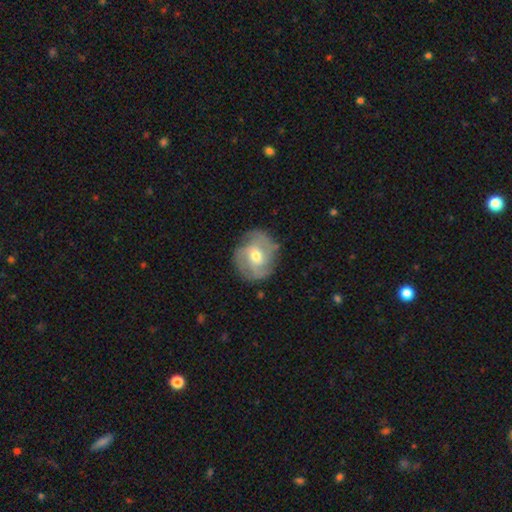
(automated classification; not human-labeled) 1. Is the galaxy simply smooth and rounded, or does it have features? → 72% featured or disk, 22% smooth, 6% star or artifact.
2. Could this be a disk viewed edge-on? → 97% no, 3% yes.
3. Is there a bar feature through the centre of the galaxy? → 59% no, 33% weak, 7% strong.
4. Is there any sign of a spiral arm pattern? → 88% yes, 12% no.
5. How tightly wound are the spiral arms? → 46% tight, 40% medium, 14% loose.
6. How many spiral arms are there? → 34% 3, 25% 2, 24% can't tell, 9% 4, 4% 1, 4% more than 4.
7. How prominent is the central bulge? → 68% moderate, 26% small, 5% large, 1% none, 1% dominant.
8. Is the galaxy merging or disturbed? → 76% none, 17% minor disturbance, 6% major disturbance, 1% merger.